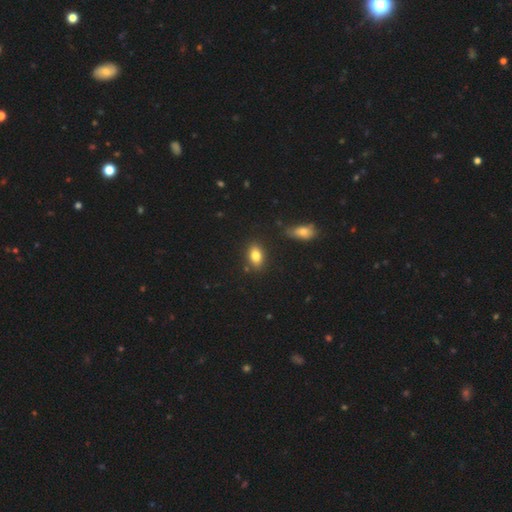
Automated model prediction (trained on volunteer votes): Smooth or featured? Predicted: smooth (p=0.83). How rounded? Predicted: in between (p=0.85). Merging? Predicted: none (p=0.83).